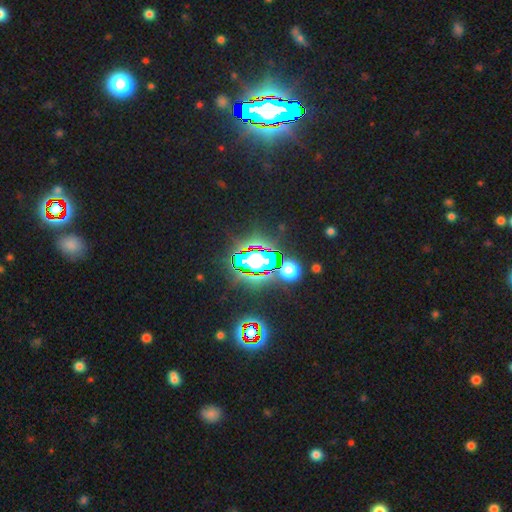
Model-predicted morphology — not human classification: Smooth or featured: star or artifact — 73% (smooth — 16%)